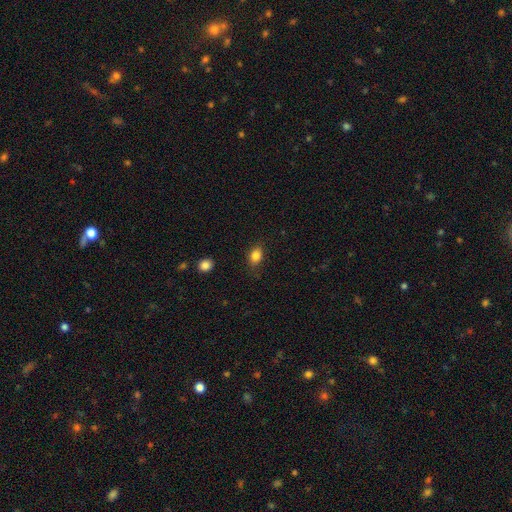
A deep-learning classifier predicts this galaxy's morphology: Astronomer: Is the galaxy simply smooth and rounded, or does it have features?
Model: smooth — 84%.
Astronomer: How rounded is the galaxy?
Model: in between — 71%.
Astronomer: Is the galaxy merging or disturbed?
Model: none — 80%.